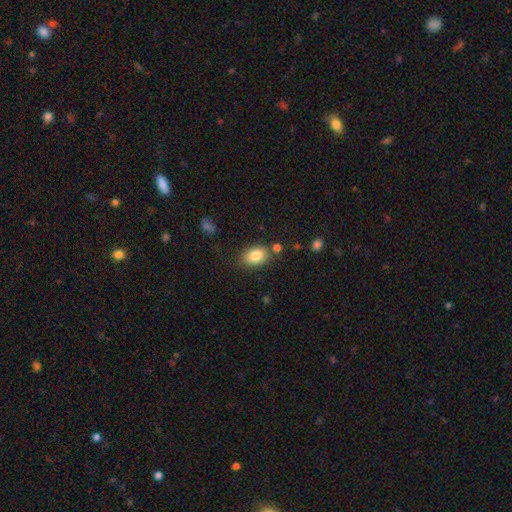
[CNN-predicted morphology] This is clearly a smooth galaxy (83%). How rounded: clearly in between (81%). Merging: likely none (76%).